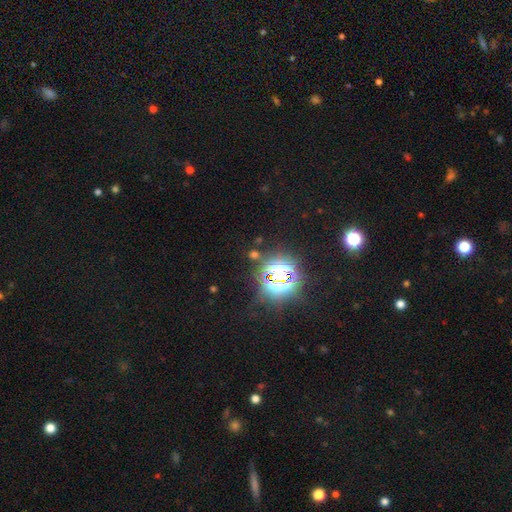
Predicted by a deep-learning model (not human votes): Morphology: type=star or artifact (78%).